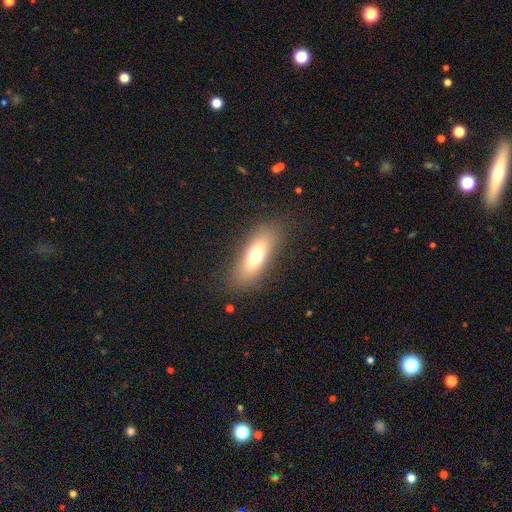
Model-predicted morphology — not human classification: type=smooth (66%); roundness=in between (61%); merging=none (84%).